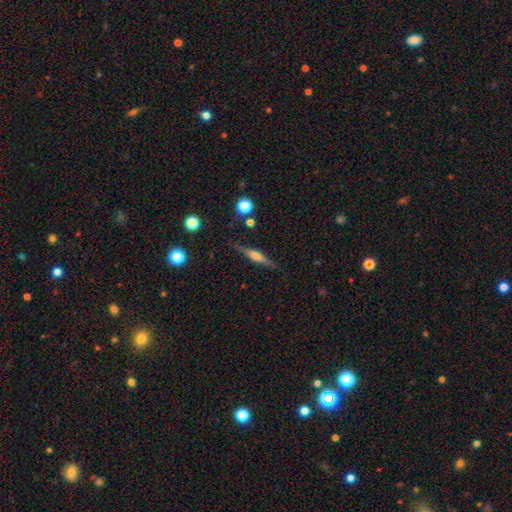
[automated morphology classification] Smooth or featured? Predicted: featured or disk (p=0.66). Edge-on disk? Predicted: yes (p=0.96). Edge-on bulge? Predicted: rounded (p=0.81). Merging? Predicted: none (p=0.85).